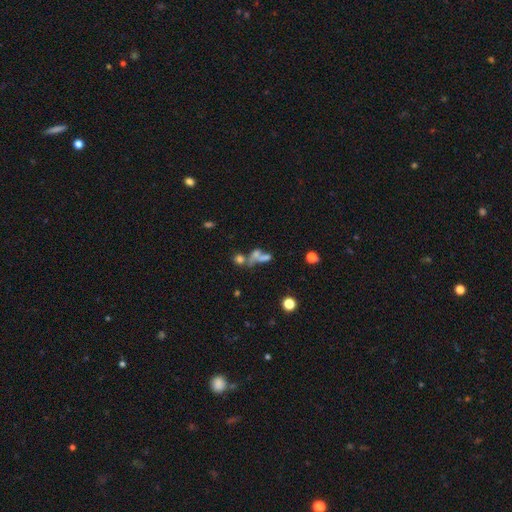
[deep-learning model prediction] This is marginally a smooth galaxy (40%). Merging: marginally merger (42%).